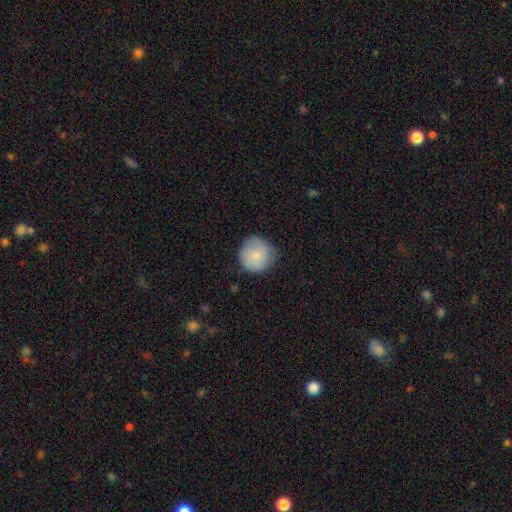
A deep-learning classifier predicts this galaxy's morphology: A smooth galaxy with no disk features (77%) that is round (93%). Merging: none (75%).